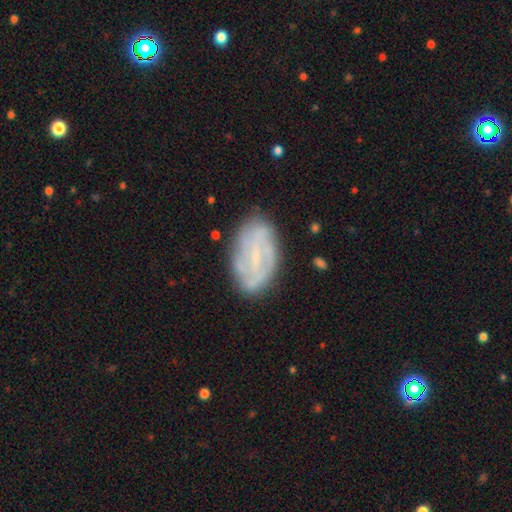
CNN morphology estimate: The model was most divided on "bulge size": small: 51%, none: 33%, moderate: 13%, large: 1%, dominant: 1%. Remaining: edge-on disk — no (96%); merging — none (75%); spiral arms — yes (73%); smooth or featured — featured or disk (67%); bar — weak (47%).